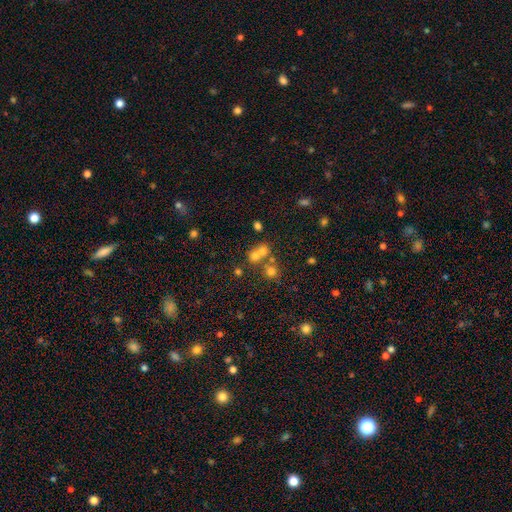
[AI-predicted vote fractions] The model was most divided on "merging": merger: 46%, none: 43%, minor disturbance: 7%, major disturbance: 4%. More confident: how rounded — round (78%); smooth or featured — smooth (63%).